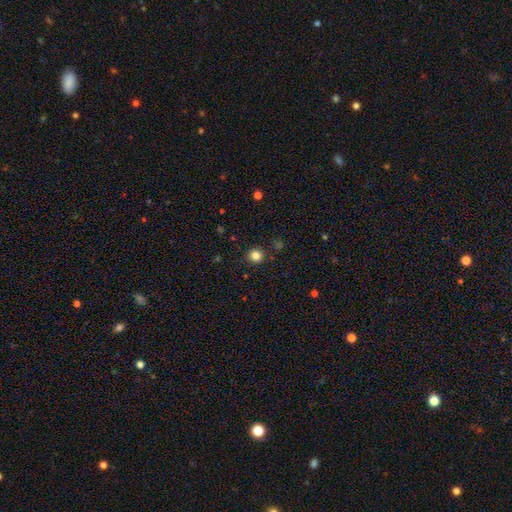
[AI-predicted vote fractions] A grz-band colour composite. It shows a smooth galaxy with no disk features (83%) that is round (90%). Merging: none (90%).